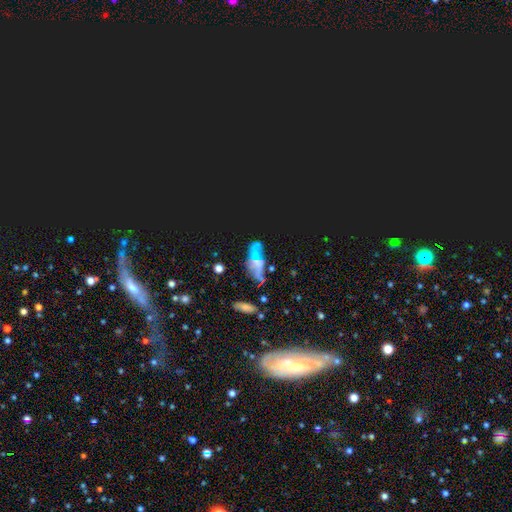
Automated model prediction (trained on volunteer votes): Smooth or featured? star or artifact (39%)